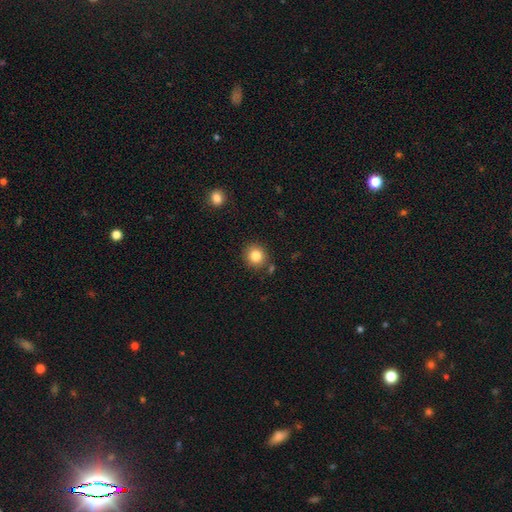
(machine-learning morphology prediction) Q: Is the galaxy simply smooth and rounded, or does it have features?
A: smooth — 83%.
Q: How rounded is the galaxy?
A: round — 89%.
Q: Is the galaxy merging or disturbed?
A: none — 87%.